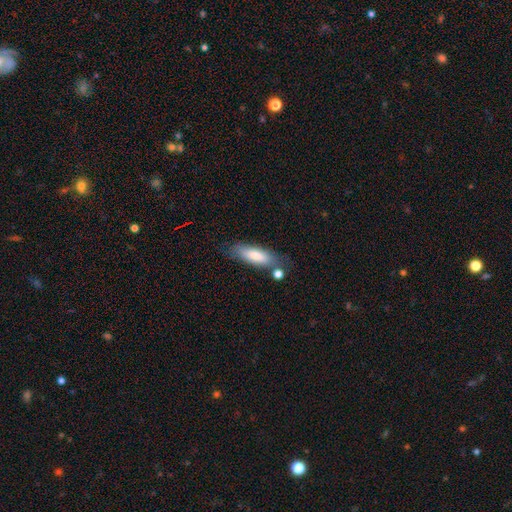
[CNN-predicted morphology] The model was most divided on "how rounded": in between: 55%, cigar-shaped: 43%, round: 2%. More confident: smooth or featured — smooth (78%); merging — none (65%).